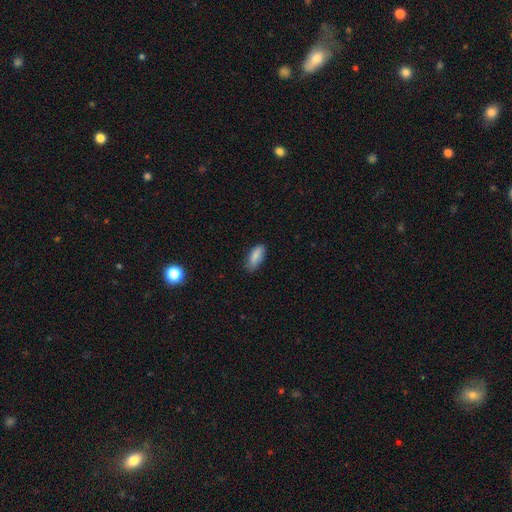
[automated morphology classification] Q: Smooth or featured?
A: smooth (84%); runner-up: featured or disk (10%)
Q: How rounded?
A: in between (82%); runner-up: cigar-shaped (15%)
Q: Merging?
A: none (76%); runner-up: minor disturbance (20%)